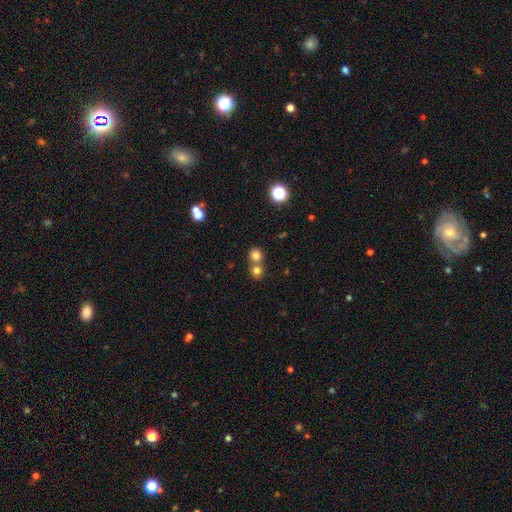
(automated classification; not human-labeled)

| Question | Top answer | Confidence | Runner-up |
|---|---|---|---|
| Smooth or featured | smooth | 77% | star or artifact (15%) |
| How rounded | round | 86% | in between (13%) |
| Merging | none | 50% | merger (42%) |